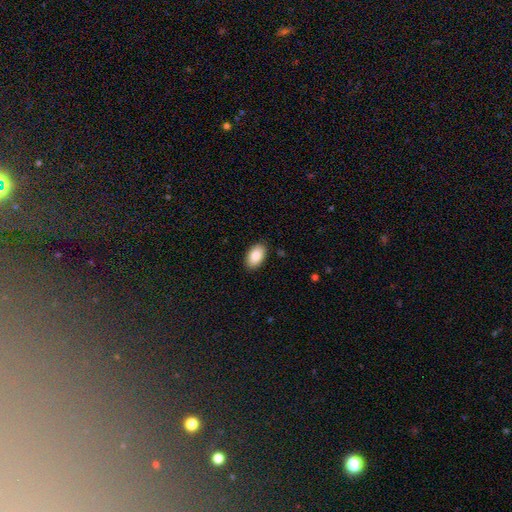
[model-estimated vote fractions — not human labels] Q: Smooth or featured?
A: smooth (88%); runner-up: star or artifact (6%)
Q: How rounded?
A: in between (94%); runner-up: round (4%)
Q: Merging?
A: none (88%); runner-up: minor disturbance (9%)